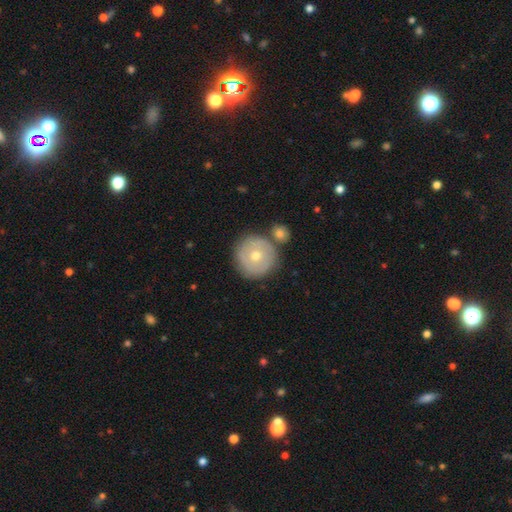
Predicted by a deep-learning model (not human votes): Smooth or featured: smooth — 49% (featured or disk — 43%)
Merging: none — 76% (minor disturbance — 11%)